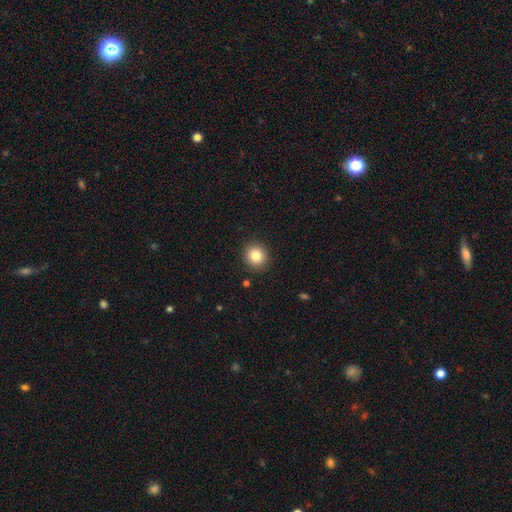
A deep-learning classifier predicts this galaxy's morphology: Smooth or featured? smooth (83%)
How rounded? round (85%)
Merging? none (90%)